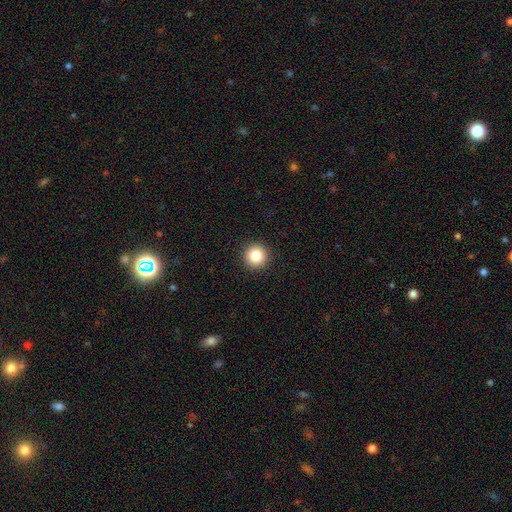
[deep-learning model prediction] Q: Smooth or featured?
A: smooth (85%); runner-up: star or artifact (10%)
Q: How rounded?
A: round (96%); runner-up: in between (3%)
Q: Merging?
A: none (93%); runner-up: minor disturbance (4%)